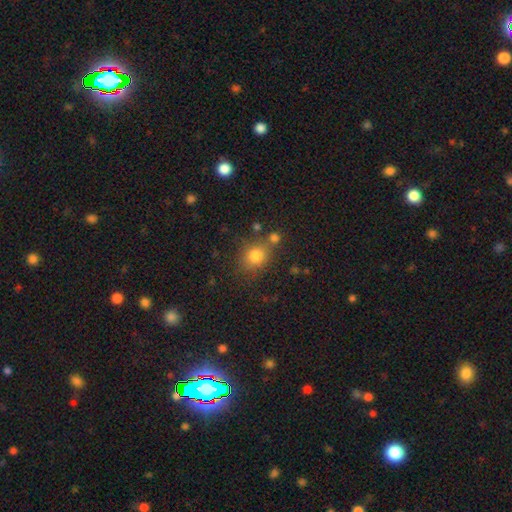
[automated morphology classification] Overall: smooth (79%). How rounded: round (68%; in between 31%). Merging: none (68%).